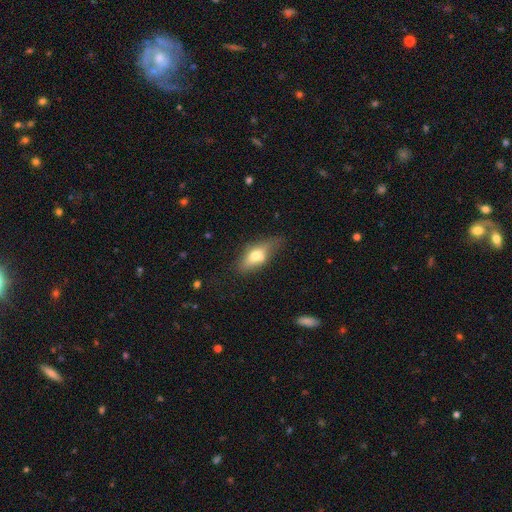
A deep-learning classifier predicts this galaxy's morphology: A smooth galaxy with no disk features (63%) that is in between round and cigar-shaped (77%).

Vote fractions:
- Smooth or featured? smooth: 63% / featured or disk: 29% / star or artifact: 8%
- How rounded? in between: 77% / cigar-shaped: 17% / round: 6%
- Merging? none: 52% / minor disturbance: 30% / major disturbance: 13% / merger: 5%